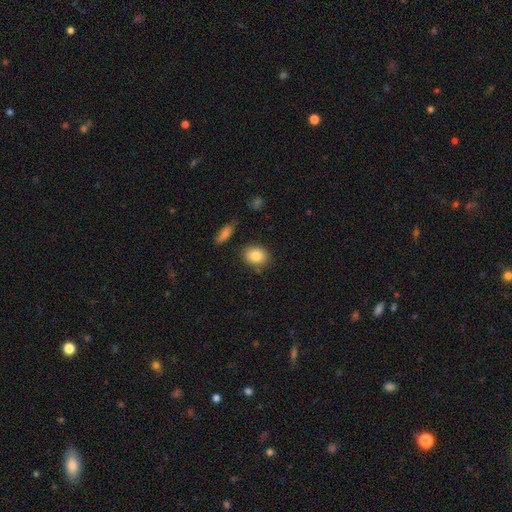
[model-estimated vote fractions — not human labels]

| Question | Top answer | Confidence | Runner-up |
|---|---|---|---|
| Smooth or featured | smooth | 85% | star or artifact (8%) |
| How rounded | in between | 53% | round (45%) |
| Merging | none | 81% | minor disturbance (11%) |